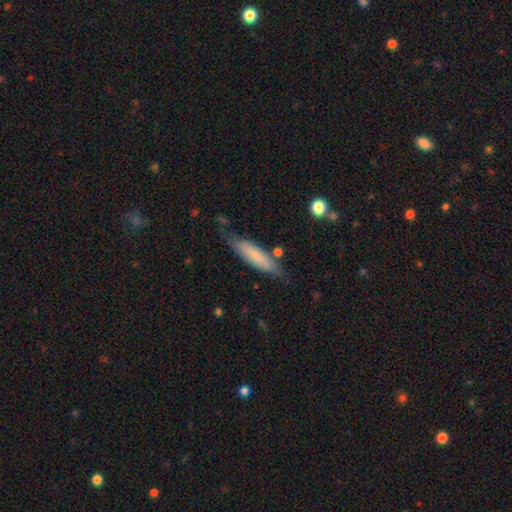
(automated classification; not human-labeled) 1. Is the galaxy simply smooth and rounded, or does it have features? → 70% smooth, 24% featured or disk, 6% star or artifact.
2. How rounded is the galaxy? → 73% cigar-shaped, 26% in between, 1% round.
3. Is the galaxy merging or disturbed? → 70% none, 21% minor disturbance, 5% major disturbance, 4% merger.